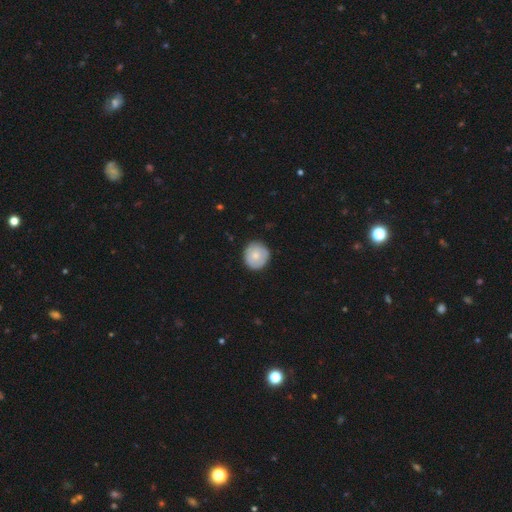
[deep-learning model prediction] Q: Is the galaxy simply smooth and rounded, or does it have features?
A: smooth — 70%.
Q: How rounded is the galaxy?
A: round — 90%.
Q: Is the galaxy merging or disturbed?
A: none — 87%.